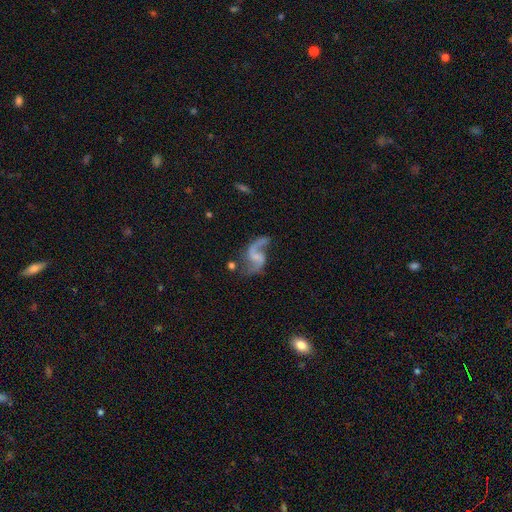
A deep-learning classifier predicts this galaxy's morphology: Q: Smooth or featured?
A: featured or disk (88%); runner-up: smooth (6%)
Q: Edge-on disk?
A: no (98%); runner-up: yes (2%)
Q: Bar?
A: weak (44%); runner-up: no (40%)
Q: Spiral arms?
A: yes (95%); runner-up: no (5%)
Q: Spiral winding?
A: loose (77%); runner-up: medium (19%)
Q: Spiral arm count?
A: 2 (91%); runner-up: 1 (5%)
Q: Bulge size?
A: none (55%); runner-up: small (31%)
Q: Merging?
A: none (60%); runner-up: minor disturbance (19%)